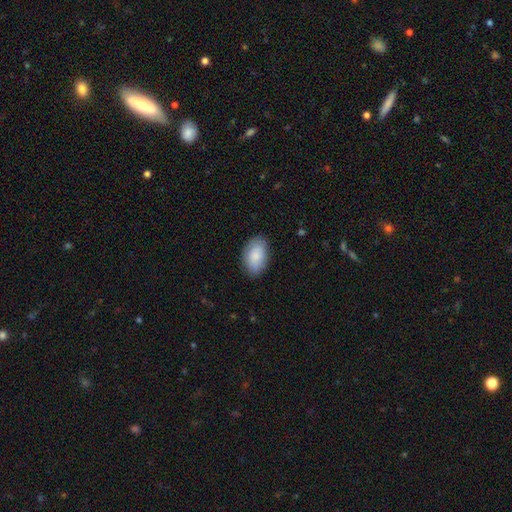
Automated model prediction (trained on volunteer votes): This is clearly a smooth galaxy (86%). How rounded: clearly in between (92%). Merging: clearly none (85%).